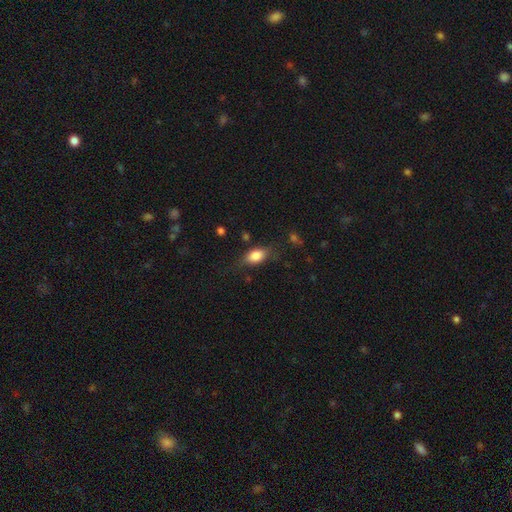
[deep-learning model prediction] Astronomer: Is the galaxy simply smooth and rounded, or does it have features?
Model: smooth — 80%.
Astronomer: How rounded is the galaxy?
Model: in between — 84%.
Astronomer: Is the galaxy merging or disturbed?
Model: none — 67%.